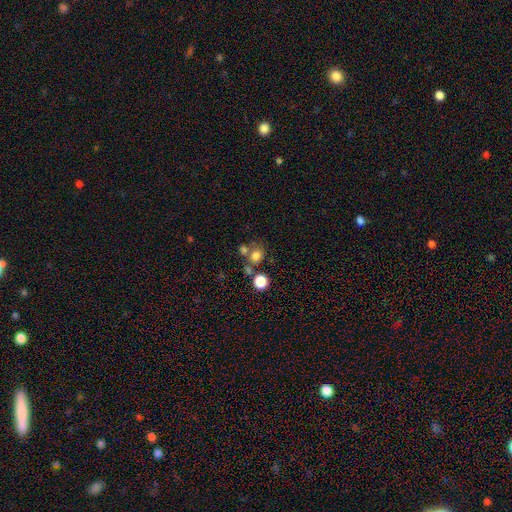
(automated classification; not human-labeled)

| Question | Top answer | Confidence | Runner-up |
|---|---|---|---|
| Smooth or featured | smooth | 73% | star or artifact (16%) |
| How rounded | round | 73% | in between (26%) |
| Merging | none | 52% | merger (31%) |